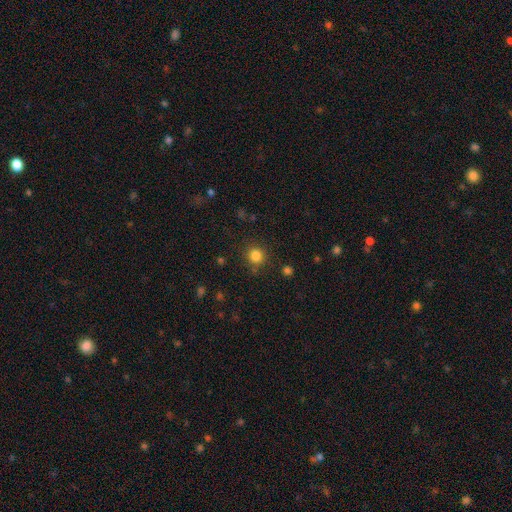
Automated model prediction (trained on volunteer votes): smooth_or_featured: smooth (p=0.83) [alt: star or artifact p=0.13]
how_rounded: round (p=0.91) [alt: in between p=0.08]
merging: none (p=0.85) [alt: minor disturbance p=0.08]